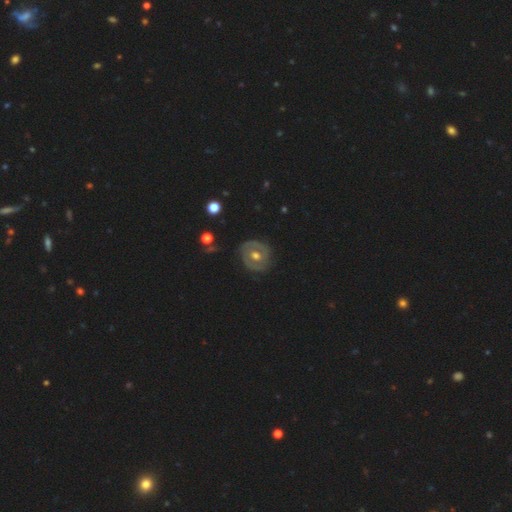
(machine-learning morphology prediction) Q: Smooth or featured?
A: featured or disk (63%); runner-up: smooth (30%)
Q: Edge-on disk?
A: no (96%); runner-up: yes (4%)
Q: Bar?
A: no (56%); runner-up: weak (32%)
Q: Spiral arms?
A: no (56%); runner-up: yes (44%)
Q: Bulge size?
A: moderate (78%); runner-up: small (11%)
Q: Merging?
A: none (81%); runner-up: minor disturbance (13%)